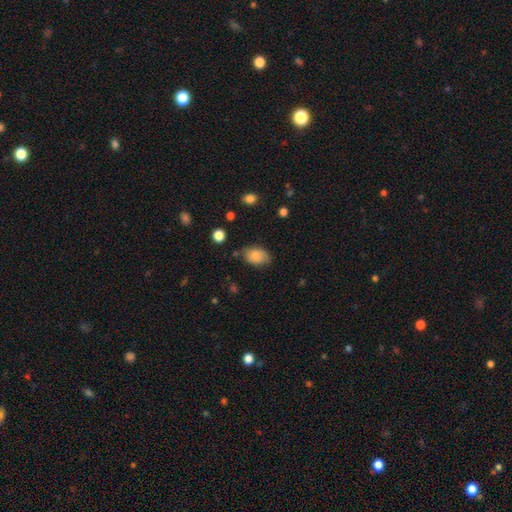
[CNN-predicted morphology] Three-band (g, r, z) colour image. It shows a smooth galaxy with no disk features (84%) that is in between round and cigar-shaped (87%). Merging: none (72%).